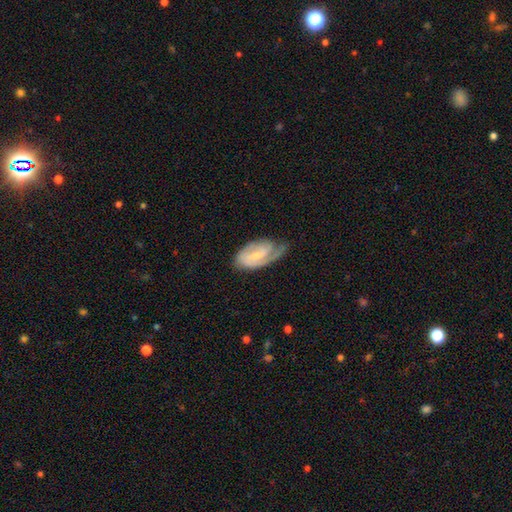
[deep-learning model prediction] Morphology: type=featured or disk (76%); edge-on=no (96%); bar=weak (48%); spiral arms=yes (93%); winding=tight (49%); arm count=2 (48%); bulge=small (59%); merging=none (50%).